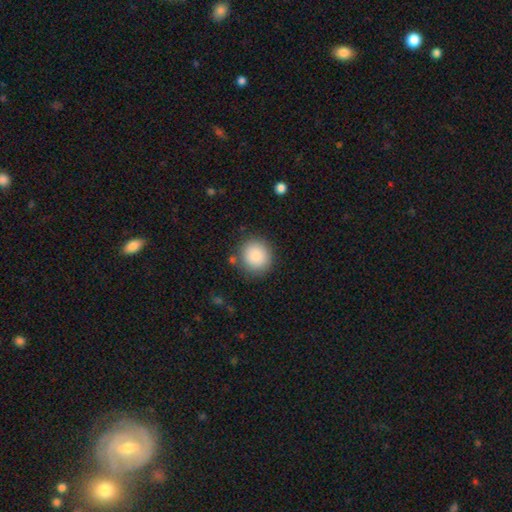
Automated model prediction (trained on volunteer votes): The model was most divided on "merging": none: 83%, minor disturbance: 10%, major disturbance: 4%, merger: 3%. More confident: how rounded — round (89%); smooth or featured — smooth (87%).